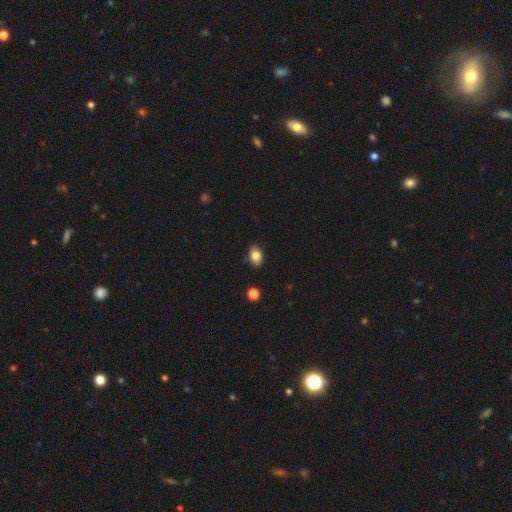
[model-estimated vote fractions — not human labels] This appears to be a smooth galaxy with no disk features (84%) that is in between round and cigar-shaped (71%). Merging: none (81%).